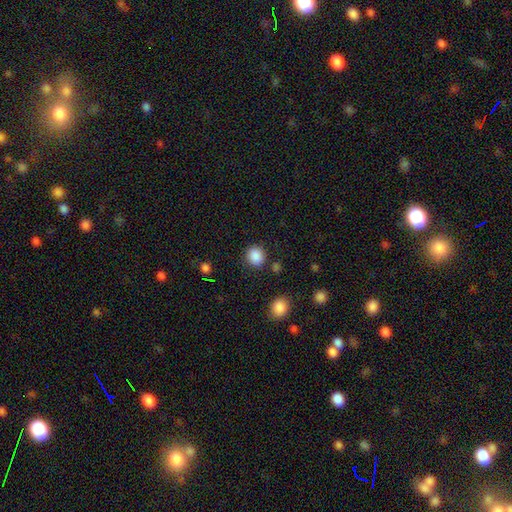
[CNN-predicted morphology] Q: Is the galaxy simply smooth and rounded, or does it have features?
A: smooth — 87%.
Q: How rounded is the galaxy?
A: round — 82%.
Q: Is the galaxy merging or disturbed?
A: none — 85%.